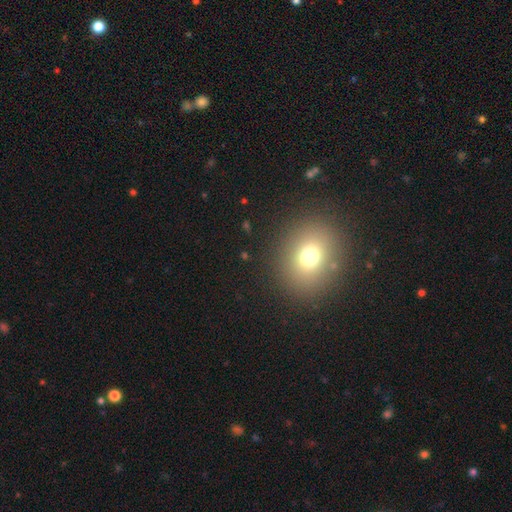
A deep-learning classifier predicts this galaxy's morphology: smooth 70%, star or artifact 19%, featured or disk 10%. Down the decision tree: how rounded — round (65%); merging — none (90%).